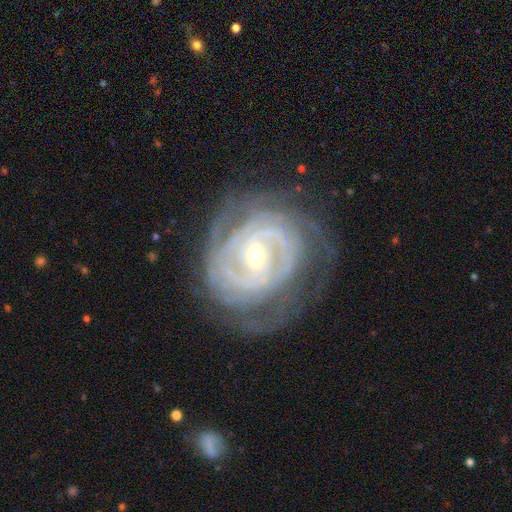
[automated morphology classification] smooth_or_featured: featured or disk (p=0.90) [alt: star or artifact p=0.05]
disk_edge_on: no (p=0.97) [alt: yes p=0.03]
bar: weak (p=0.46) [alt: strong p=0.29]
has_spiral_arms: yes (p=0.97) [alt: no p=0.03]
spiral_winding: tight (p=0.79) [alt: medium p=0.18]
spiral_arm_count: can't tell (p=0.28) [alt: 2 p=0.22]
bulge_size: small (p=0.58) [alt: moderate p=0.39]
merging: none (p=0.72) [alt: minor disturbance p=0.18]